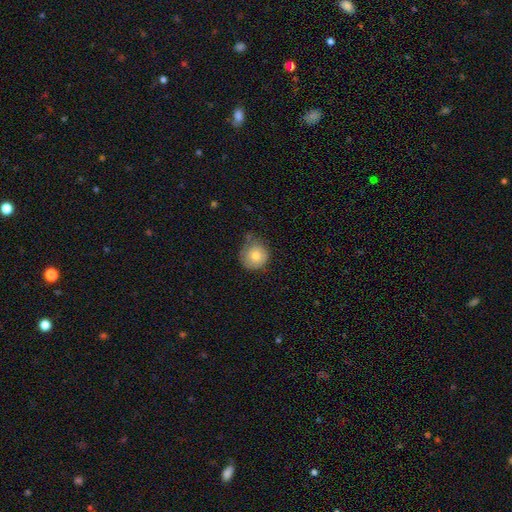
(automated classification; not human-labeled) This is likely a smooth galaxy (77%). How rounded: clearly round (92%). Merging: possibly none (57%).